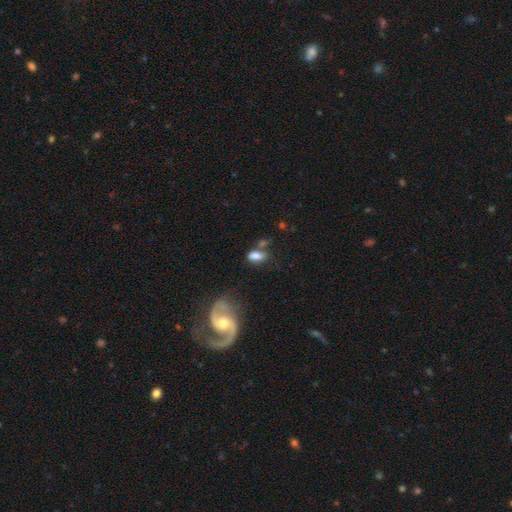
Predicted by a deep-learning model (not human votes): This appears to be a smooth galaxy with no disk features (77%) that is in between round and cigar-shaped (87%). Merging: none (49%).